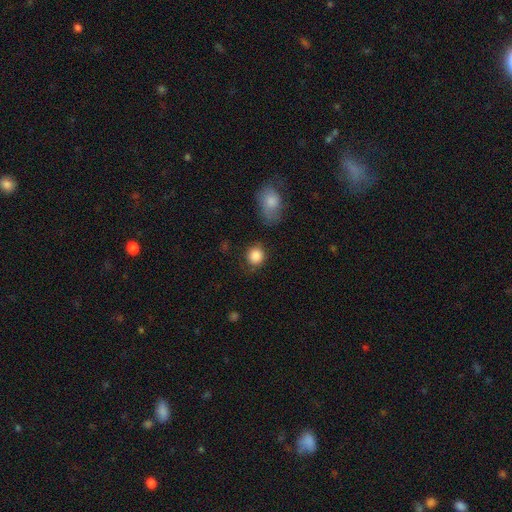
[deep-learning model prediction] Overall: smooth (87%). How rounded: round (85%). Merging: none (75%).